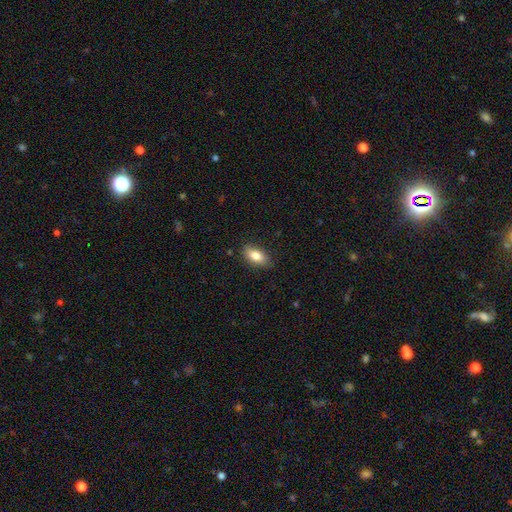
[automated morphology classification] Smooth or featured? Predicted: smooth (p=0.81). How rounded? Predicted: in between (p=0.88). Merging? Predicted: none (p=0.84).